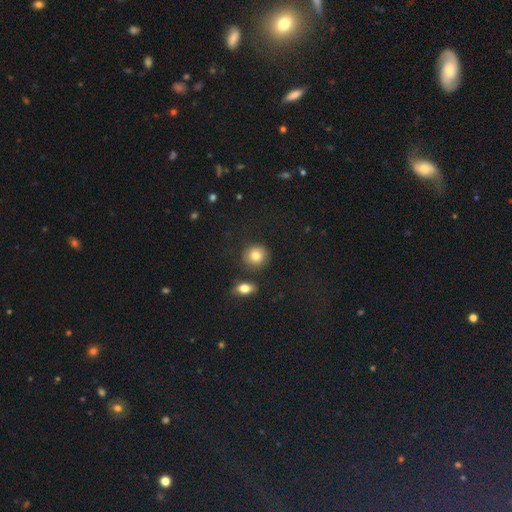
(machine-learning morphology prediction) type=smooth (82%); roundness=round (85%); merging=none (83%).